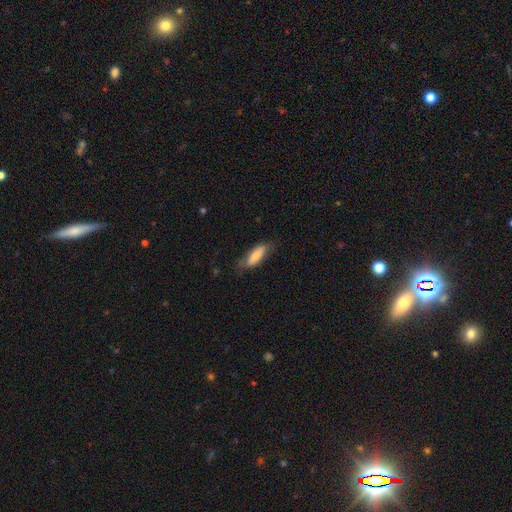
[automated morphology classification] smooth 70%, featured or disk 24%, star or artifact 6%. Down the decision tree: how rounded — in between (59%); merging — none (63%).